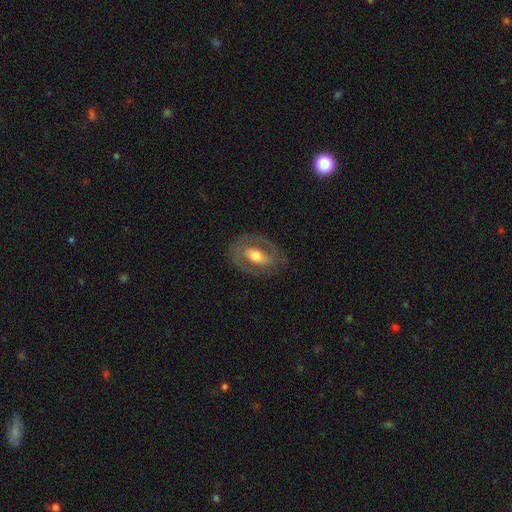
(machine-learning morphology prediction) A featured or disk galaxy (65%) with no bar (40%), spiral arms (51%) and a moderate central bulge (64%).

Vote fractions:
- Smooth or featured? featured or disk: 65% / smooth: 29% / star or artifact: 6%
- Edge-on disk? no: 93% / yes: 7%
- Bar? no: 40% / weak: 33% / strong: 28%
- Spiral arms? yes: 51% / no: 49%
- Bulge size? moderate: 64% / small: 18% / large: 15% / dominant: 2% / none: 1%
- Merging? none: 77% / minor disturbance: 14% / major disturbance: 8% / merger: 1%